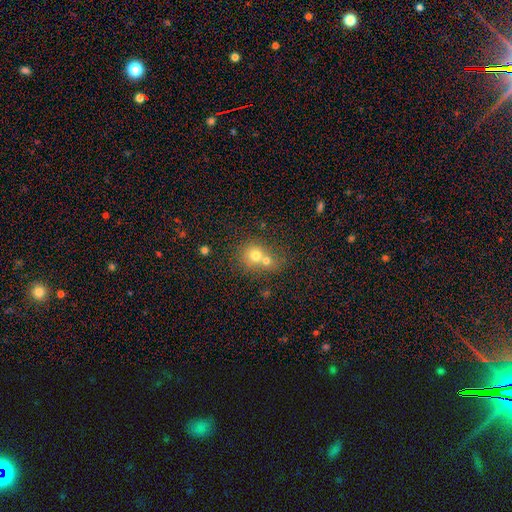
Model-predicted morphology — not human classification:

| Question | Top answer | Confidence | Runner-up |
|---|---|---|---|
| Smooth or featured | smooth | 70% | featured or disk (17%) |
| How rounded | round | 80% | in between (19%) |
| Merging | merger | 60% | none (31%) |